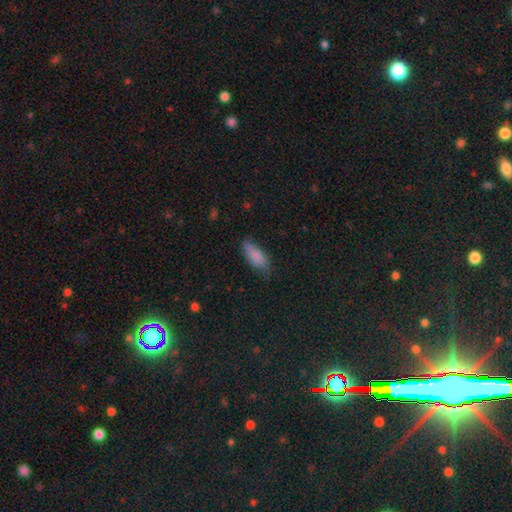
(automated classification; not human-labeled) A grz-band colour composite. It shows a smooth galaxy with no disk features (84%) that is in between round and cigar-shaped (78%). Merging: none (66%).